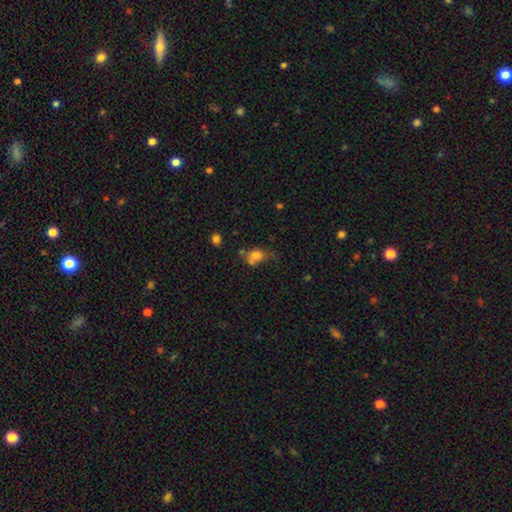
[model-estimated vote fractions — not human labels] This appears to be a smooth galaxy with no disk features (73%) that is round (51%). Merging: none (35%).